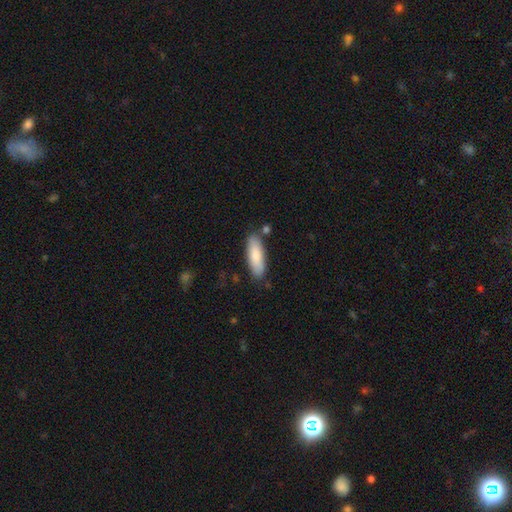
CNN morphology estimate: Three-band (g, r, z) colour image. It shows a smooth galaxy with no disk features (83%) that is in between round and cigar-shaped (59%). Merging: none (80%).